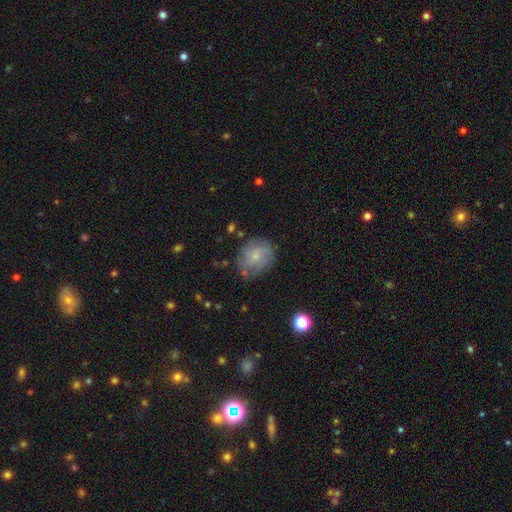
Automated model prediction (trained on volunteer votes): Q: Smooth or featured?
A: smooth (56%); runner-up: featured or disk (36%)
Q: How rounded?
A: round (58%); runner-up: in between (41%)
Q: Merging?
A: none (65%); runner-up: minor disturbance (23%)